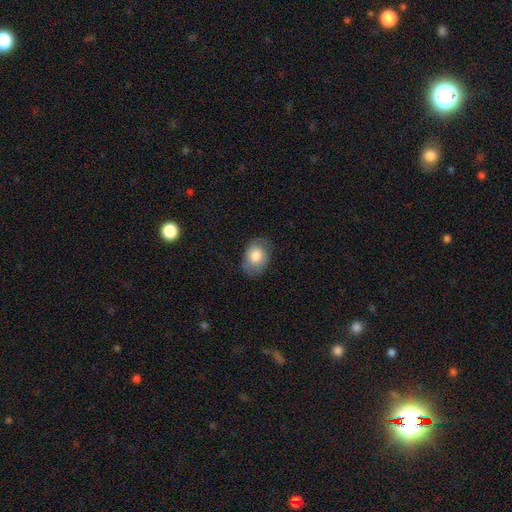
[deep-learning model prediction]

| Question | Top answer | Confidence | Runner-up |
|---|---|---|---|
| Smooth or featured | smooth | 79% | featured or disk (14%) |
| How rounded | in between | 80% | round (19%) |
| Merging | none | 71% | minor disturbance (21%) |